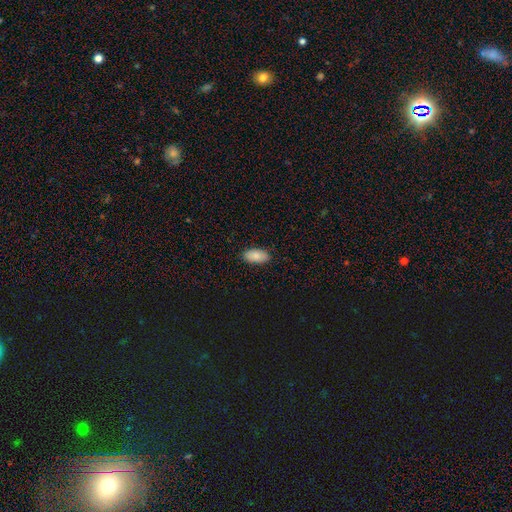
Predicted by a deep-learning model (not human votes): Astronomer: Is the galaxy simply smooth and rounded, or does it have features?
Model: smooth — 86%.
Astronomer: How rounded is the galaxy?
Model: in between — 94%.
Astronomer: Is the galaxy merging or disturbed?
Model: none — 89%.